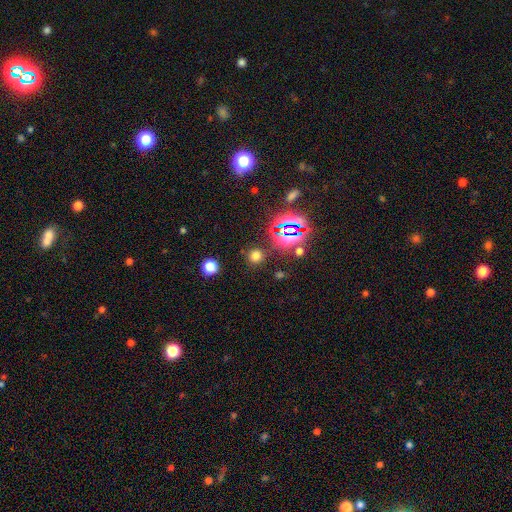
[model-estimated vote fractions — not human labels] Q: Smooth or featured?
A: smooth (64%); runner-up: star or artifact (30%)
Q: How rounded?
A: round (90%); runner-up: in between (8%)
Q: Merging?
A: none (86%); runner-up: minor disturbance (7%)